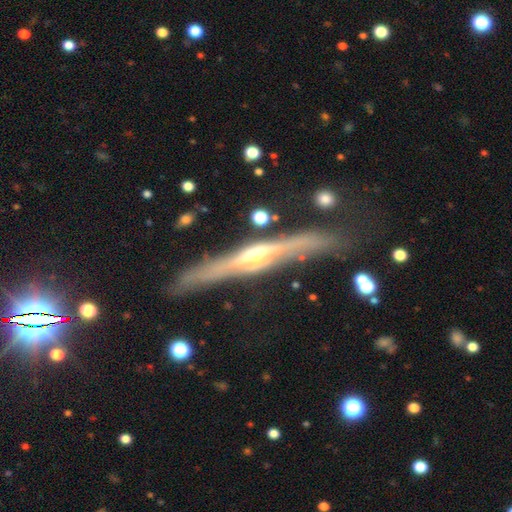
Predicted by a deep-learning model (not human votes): The model was most divided on "merging": none: 77%, minor disturbance: 16%, major disturbance: 4%, merger: 3%. More confident: edge-on disk — yes (95%); smooth or featured — featured or disk (81%); edge-on bulge — rounded (76%).